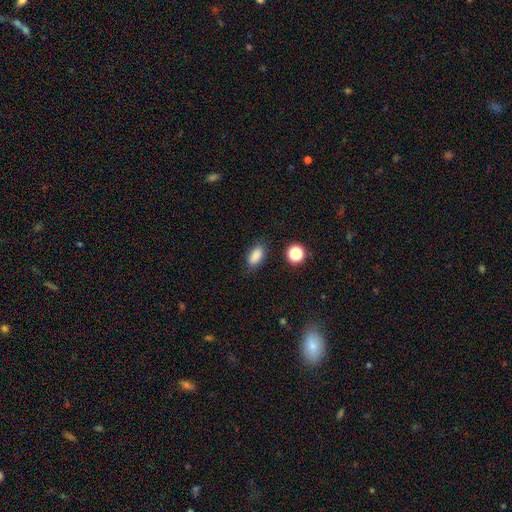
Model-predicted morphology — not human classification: A smooth galaxy with no disk features (86%) that is in between round and cigar-shaped (88%).

Vote fractions:
- Smooth or featured? smooth: 86% / star or artifact: 10% / featured or disk: 4%
- How rounded? in between: 88% / round: 7% / cigar-shaped: 5%
- Merging? none: 83% / minor disturbance: 12% / major disturbance: 3% / merger: 2%